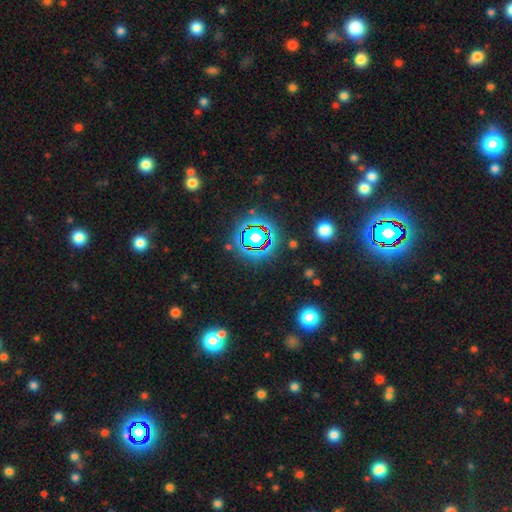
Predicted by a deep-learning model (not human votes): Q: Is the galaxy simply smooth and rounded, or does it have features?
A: star or artifact — 80%.